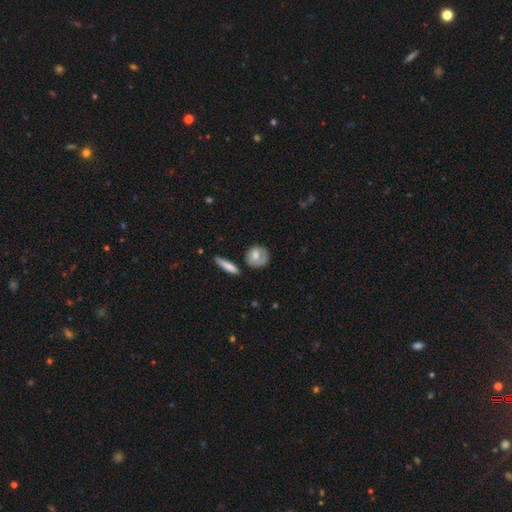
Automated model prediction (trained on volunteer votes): Overall: smooth (61%; featured or disk 32%). How rounded: round (67%; in between 29%). Merging: none (58%; minor disturbance 25%).